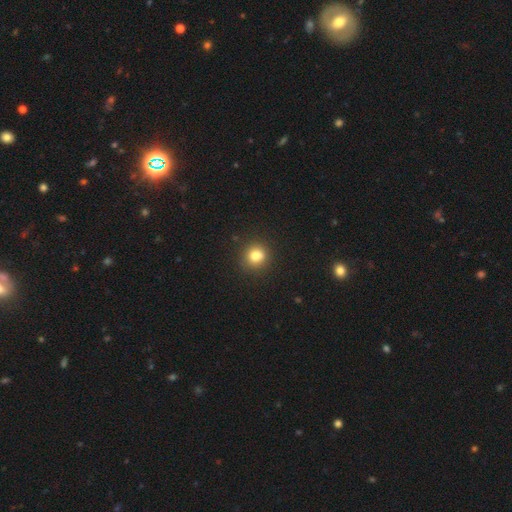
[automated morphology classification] A smooth galaxy with no disk features (80%) that is round (88%). Merging: none (88%).